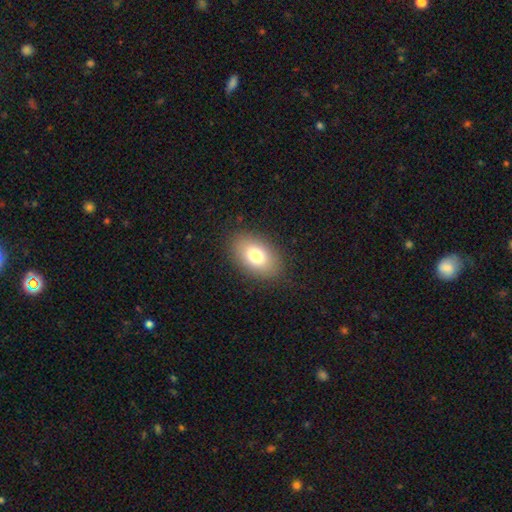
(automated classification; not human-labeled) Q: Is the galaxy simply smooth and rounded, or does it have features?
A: smooth — 77%.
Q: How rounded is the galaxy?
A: in between — 88%.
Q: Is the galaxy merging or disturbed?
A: none — 86%.